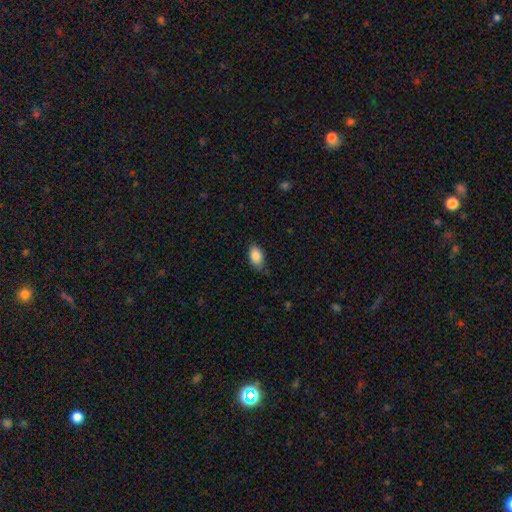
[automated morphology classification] Overall: smooth (87%). How rounded: in between (90%). Merging: none (73%).